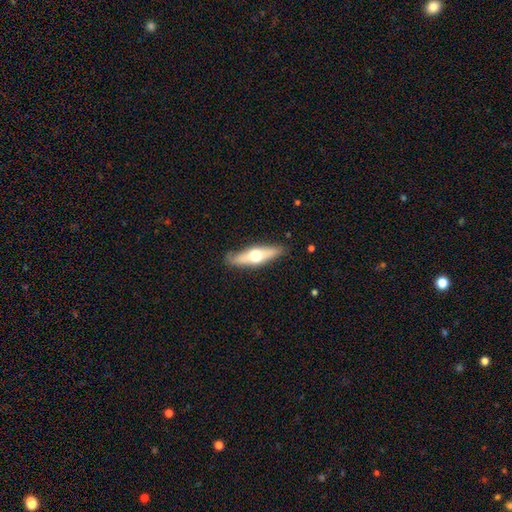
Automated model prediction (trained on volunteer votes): Smooth or featured? Predicted: featured or disk (p=0.55). Edge-on disk? Predicted: yes (p=0.88). Merging? Predicted: none (p=0.85).